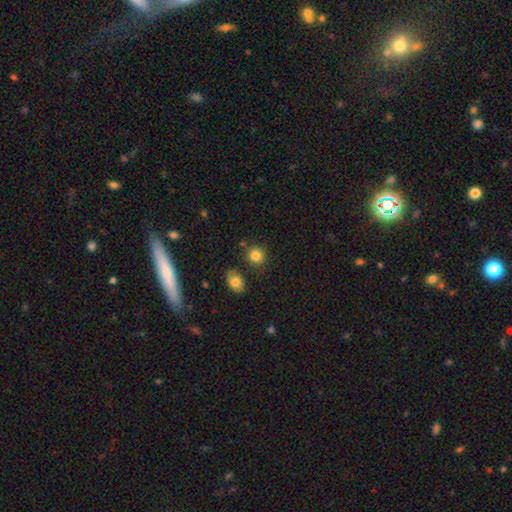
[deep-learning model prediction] smooth_or_featured: smooth (p=0.84) [alt: star or artifact p=0.10]
how_rounded: round (p=0.83) [alt: in between p=0.16]
merging: none (p=0.81) [alt: minor disturbance p=0.09]